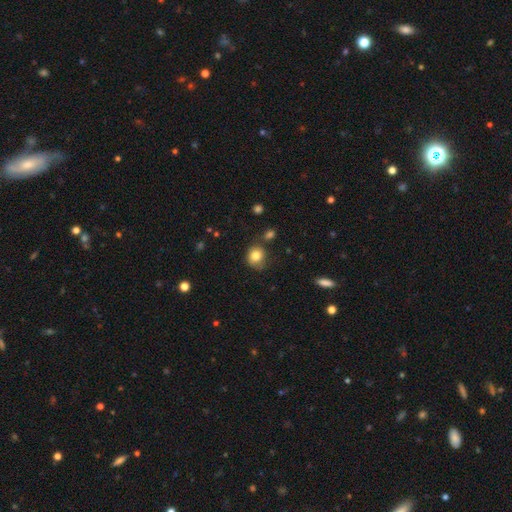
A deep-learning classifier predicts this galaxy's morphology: type=smooth (82%); roundness=round (77%); merging=none (66%).